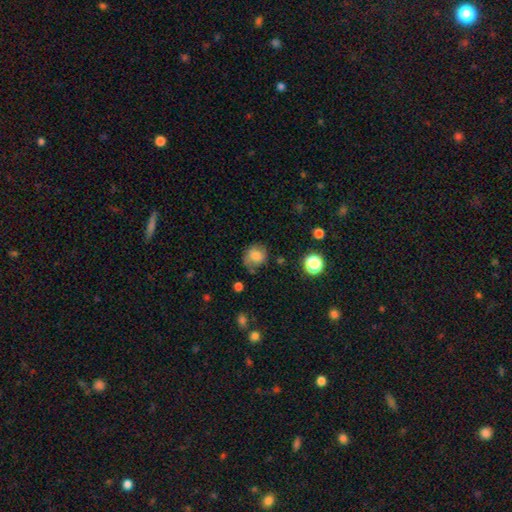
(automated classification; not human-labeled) smooth_or_featured: smooth (p=0.75) [alt: featured or disk p=0.13]
how_rounded: round (p=0.71) [alt: in between p=0.28]
merging: none (p=0.56) [alt: minor disturbance p=0.28]